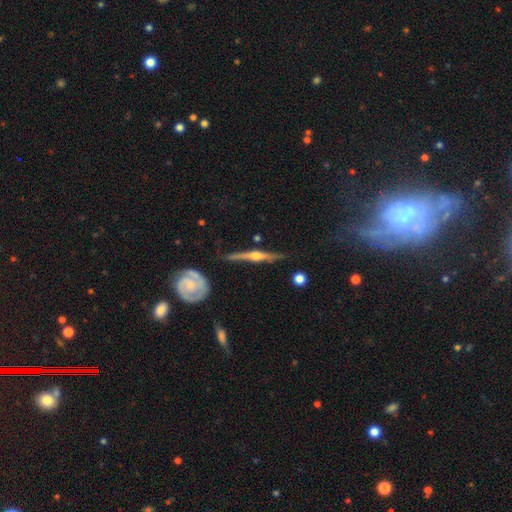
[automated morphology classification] type=featured or disk (82%); edge-on=yes (97%); edge-on bulge=rounded (89%); merging=none (82%).